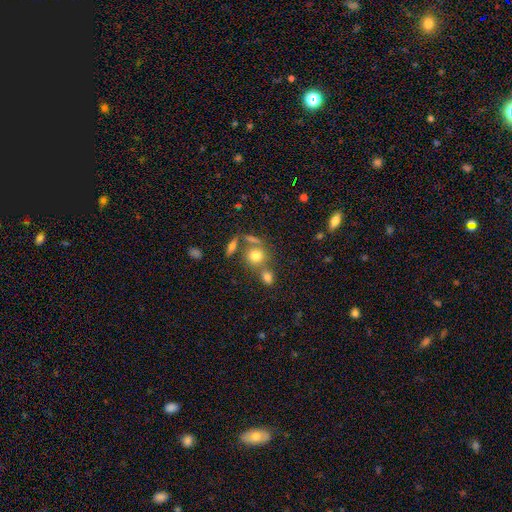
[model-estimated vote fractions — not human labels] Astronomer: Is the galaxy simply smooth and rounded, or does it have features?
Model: smooth — 72%.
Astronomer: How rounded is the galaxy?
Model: round — 78%.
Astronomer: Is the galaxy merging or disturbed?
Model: none — 54%.